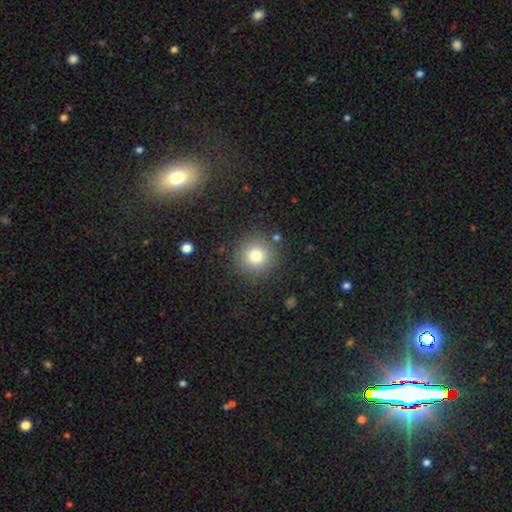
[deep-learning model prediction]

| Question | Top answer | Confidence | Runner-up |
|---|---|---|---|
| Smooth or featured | smooth | 81% | star or artifact (11%) |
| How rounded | round | 93% | in between (6%) |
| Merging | none | 87% | minor disturbance (8%) |